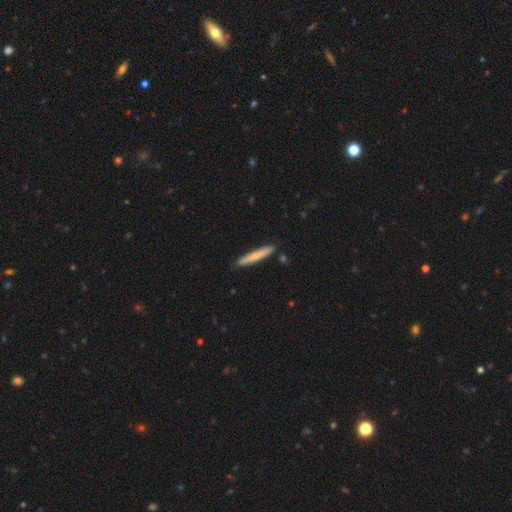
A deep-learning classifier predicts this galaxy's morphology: The model was most divided on "smooth or featured": smooth: 71%, featured or disk: 23%, star or artifact: 5%. More confident: how rounded — cigar-shaped (95%); merging — none (87%).